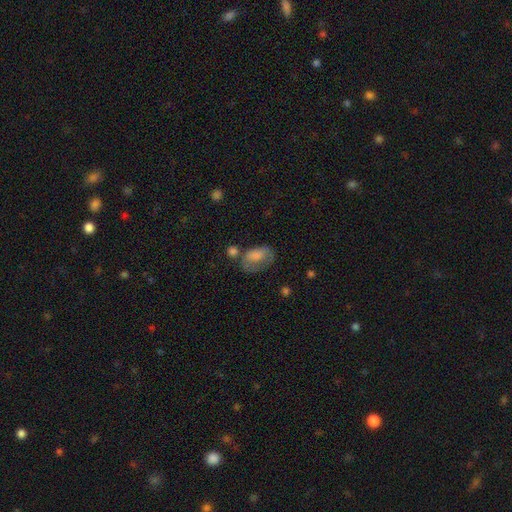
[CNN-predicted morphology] Q: Smooth or featured?
A: smooth (72%); runner-up: featured or disk (19%)
Q: How rounded?
A: in between (87%); runner-up: round (11%)
Q: Merging?
A: none (35%); runner-up: minor disturbance (28%)